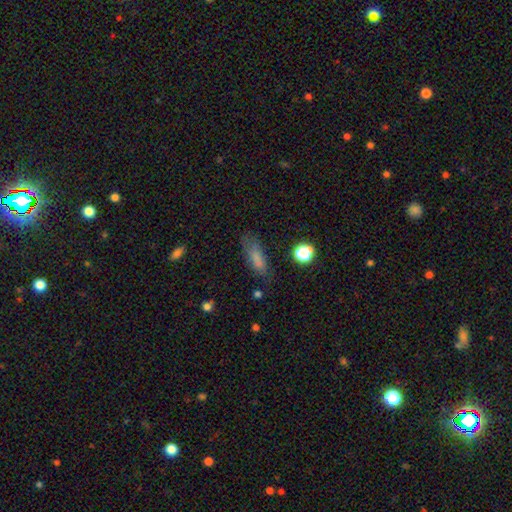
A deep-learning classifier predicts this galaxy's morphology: Smooth or featured? smooth (69%)
How rounded? cigar-shaped (51%)
Merging? none (69%)